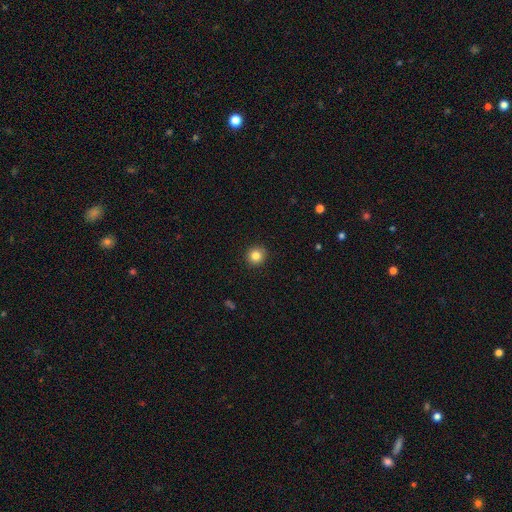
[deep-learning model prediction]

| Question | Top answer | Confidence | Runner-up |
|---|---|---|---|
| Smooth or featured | smooth | 84% | star or artifact (10%) |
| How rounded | round | 94% | in between (5%) |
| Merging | none | 92% | minor disturbance (5%) |